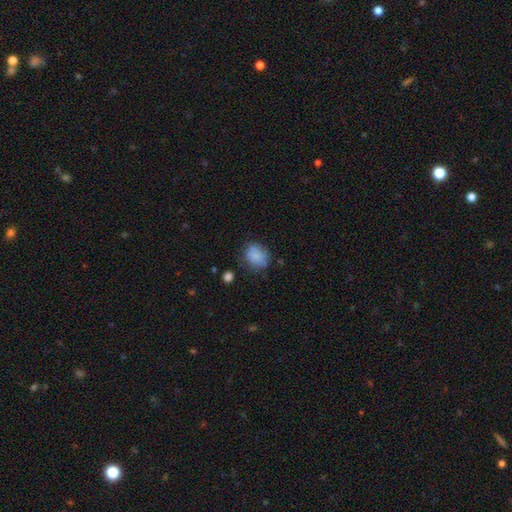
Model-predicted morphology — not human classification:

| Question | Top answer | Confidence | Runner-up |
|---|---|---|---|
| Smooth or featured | smooth | 80% | featured or disk (11%) |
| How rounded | round | 55% | in between (44%) |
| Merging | none | 67% | minor disturbance (22%) |